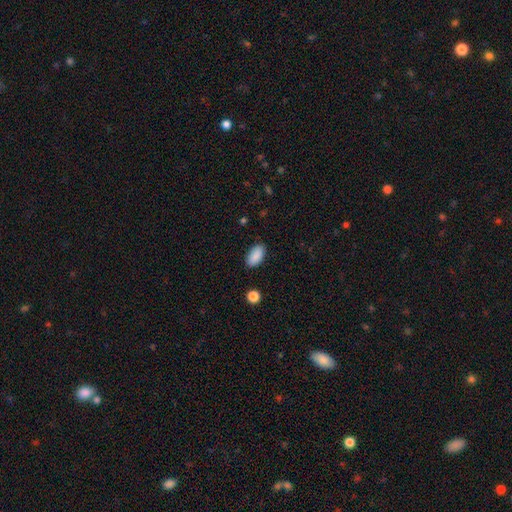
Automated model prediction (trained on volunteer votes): This appears to be a smooth galaxy with no disk features (90%) that is in between round and cigar-shaped (94%). Merging: none (88%).